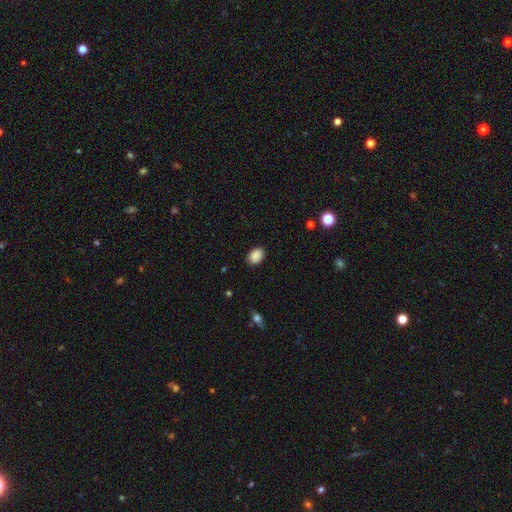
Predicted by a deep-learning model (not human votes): The model was most divided on "how rounded": in between: 75%, round: 24%, cigar-shaped: 1%. More confident: smooth or featured — smooth (88%); merging — none (86%).